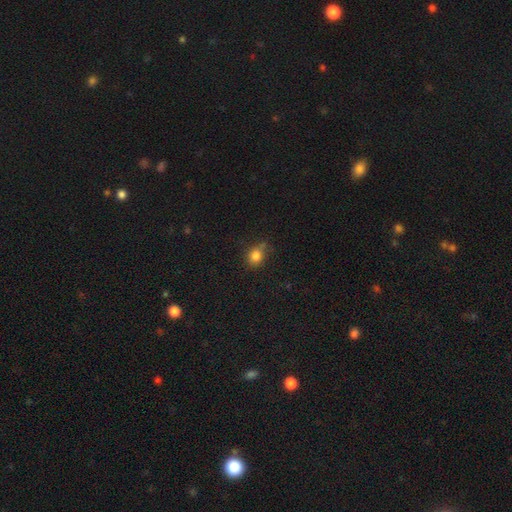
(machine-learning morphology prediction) smooth_or_featured: smooth (p=0.82) [alt: star or artifact p=0.12]
how_rounded: round (p=0.68) [alt: in between p=0.31]
merging: none (p=0.63) [alt: minor disturbance p=0.25]